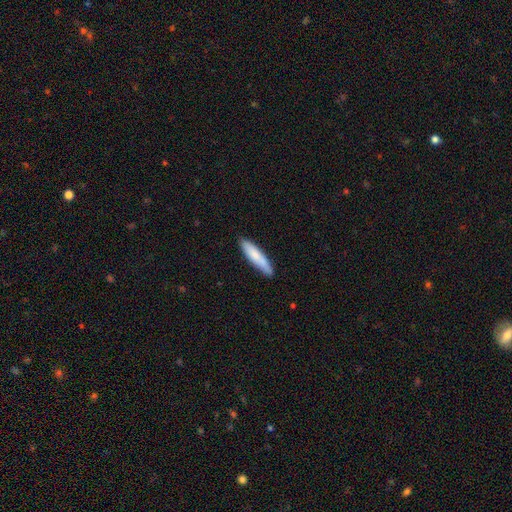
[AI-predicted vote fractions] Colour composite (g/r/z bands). It shows a smooth galaxy with no disk features (78%) that is cigar-shaped (83%). Merging: none (85%).